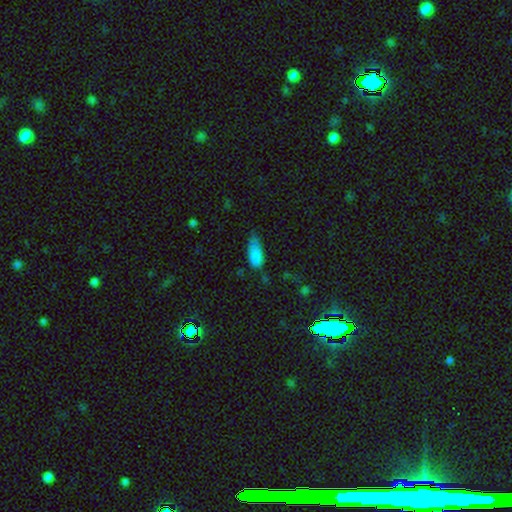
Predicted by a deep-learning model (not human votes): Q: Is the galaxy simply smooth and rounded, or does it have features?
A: smooth — 83%.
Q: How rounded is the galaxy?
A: in between — 82%.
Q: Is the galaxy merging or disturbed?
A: minor disturbance — 46%.